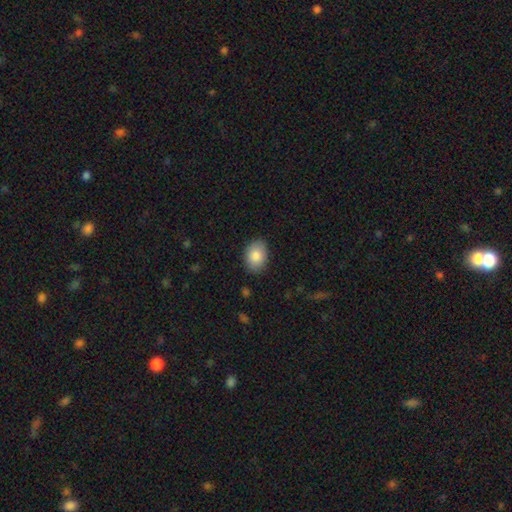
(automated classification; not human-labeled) smooth-or-featured: smooth: 86% | featured or disk: 7% | star or artifact: 7%
  how-rounded: in between: 80% | round: 19% | cigar-shaped: 1%
  merging: none: 86% | minor disturbance: 11% | major disturbance: 2% | merger: 1%